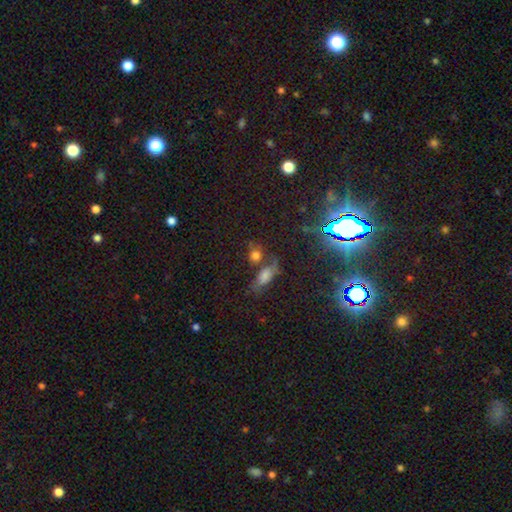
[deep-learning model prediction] The model was most divided on "merging": none: 50%, merger: 29%, minor disturbance: 13%, major disturbance: 8%. More confident: smooth or featured — smooth (63%); how rounded — round (62%).